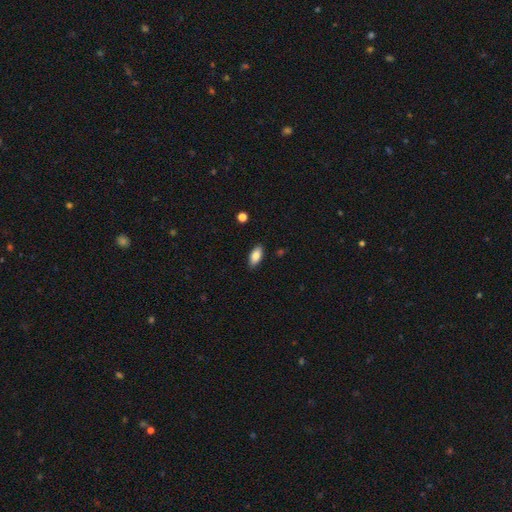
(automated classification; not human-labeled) smooth-or-featured: smooth: 85% | featured or disk: 8% | star or artifact: 7%
  how-rounded: in between: 89% | cigar-shaped: 8% | round: 2%
  merging: none: 87% | minor disturbance: 10% | major disturbance: 2% | merger: 1%